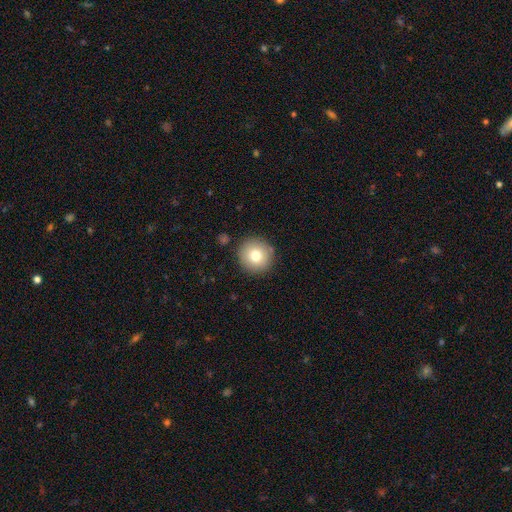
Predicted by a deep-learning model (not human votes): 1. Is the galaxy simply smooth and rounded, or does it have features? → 77% smooth, 13% featured or disk, 11% star or artifact.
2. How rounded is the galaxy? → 95% round, 5% in between, 1% cigar-shaped.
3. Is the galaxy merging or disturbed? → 88% none, 8% minor disturbance, 2% major disturbance, 2% merger.